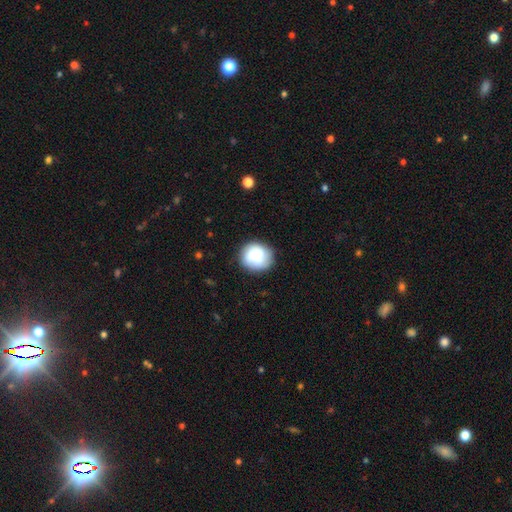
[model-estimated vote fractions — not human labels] This is likely a smooth galaxy (66%). How rounded: clearly round (84%). Merging: clearly none (81%).